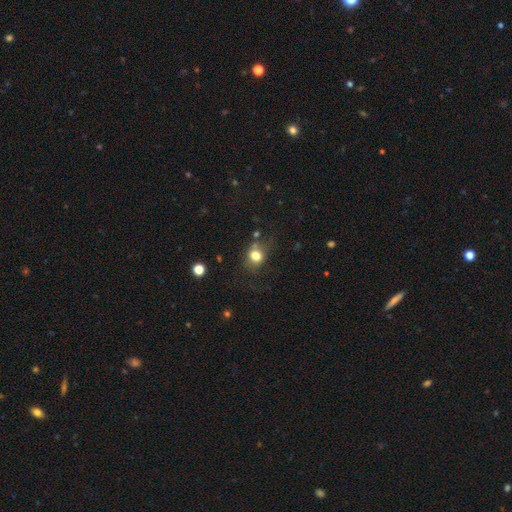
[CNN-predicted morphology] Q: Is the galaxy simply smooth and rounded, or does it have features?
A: smooth — 77%.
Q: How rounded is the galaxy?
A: round — 65%.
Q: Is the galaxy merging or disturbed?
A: none — 59%.